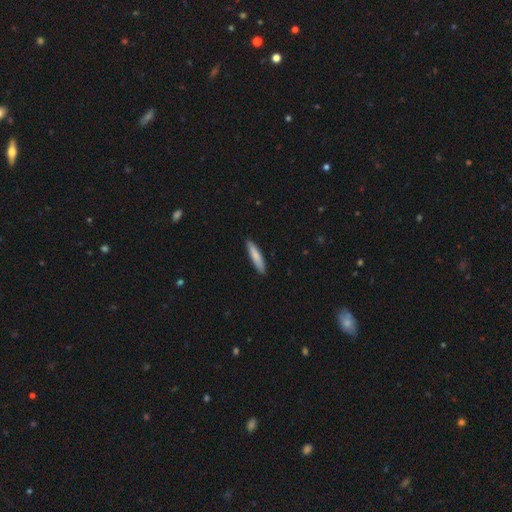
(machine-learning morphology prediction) This appears to be a smooth galaxy with no disk features (81%) that is cigar-shaped (86%). Merging: none (88%).